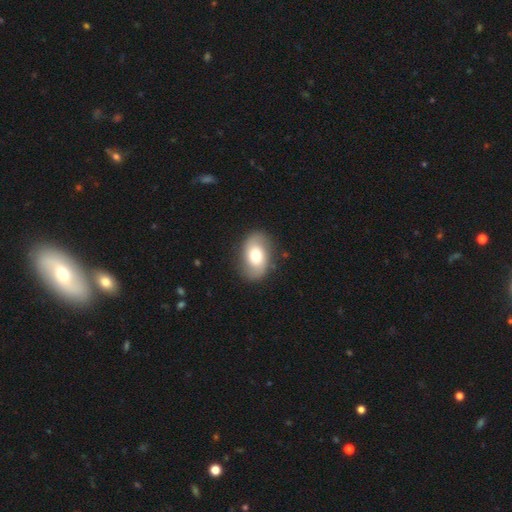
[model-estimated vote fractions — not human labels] This is possibly a smooth galaxy (52%). How rounded: clearly in between (85%). Merging: clearly none (84%).